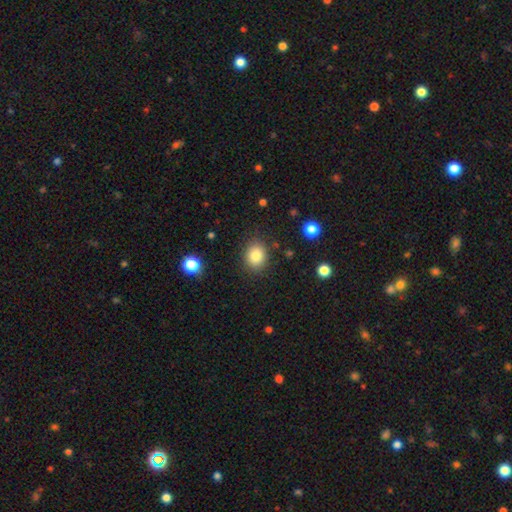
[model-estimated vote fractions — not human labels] Smooth or featured?
  - smooth: 82% *
  - star or artifact: 10%
  - featured or disk: 8%
How rounded?
  - round: 57% *
  - in between: 42%
  - cigar-shaped: 1%
Merging?
  - none: 85% *
  - minor disturbance: 10%
  - major disturbance: 3%
  - merger: 2%